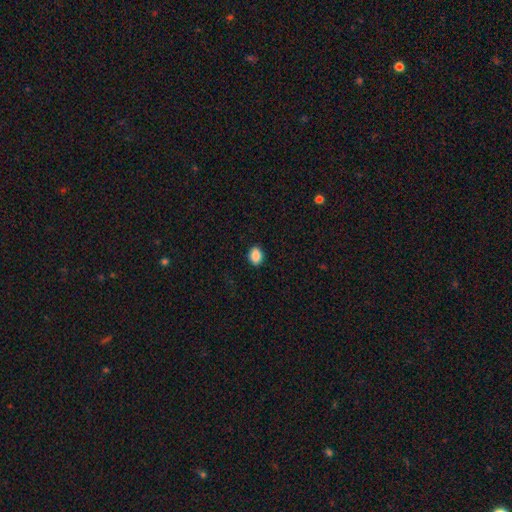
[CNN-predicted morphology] Smooth or featured: smooth — 88% (star or artifact — 8%)
How rounded: in between — 59% (round — 40%)
Merging: none — 89% (minor disturbance — 8%)